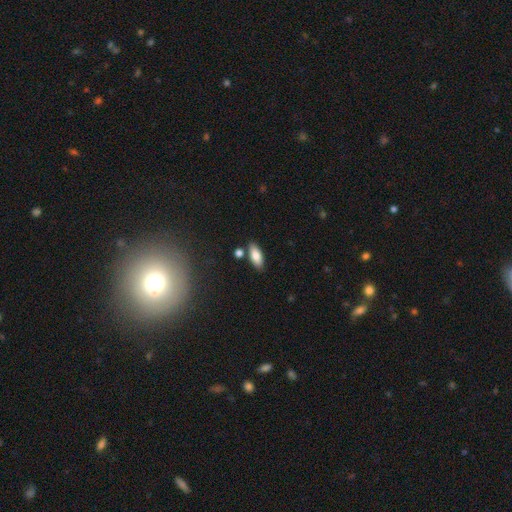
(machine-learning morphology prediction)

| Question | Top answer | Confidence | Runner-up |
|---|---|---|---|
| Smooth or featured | smooth | 81% | featured or disk (12%) |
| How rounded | in between | 80% | cigar-shaped (17%) |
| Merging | none | 81% | minor disturbance (11%) |